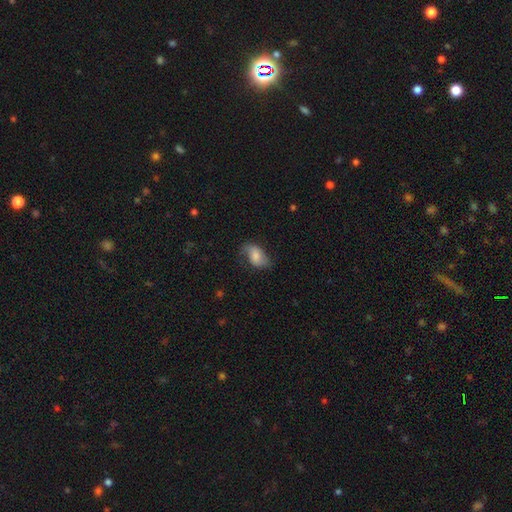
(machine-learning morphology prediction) A smooth galaxy with no disk features (64%) that is in between round and cigar-shaped (89%).

Vote fractions:
- Smooth or featured? smooth: 64% / featured or disk: 28% / star or artifact: 7%
- How rounded? in between: 89% / round: 9% / cigar-shaped: 2%
- Merging? none: 59% / minor disturbance: 28% / major disturbance: 12% / merger: 1%